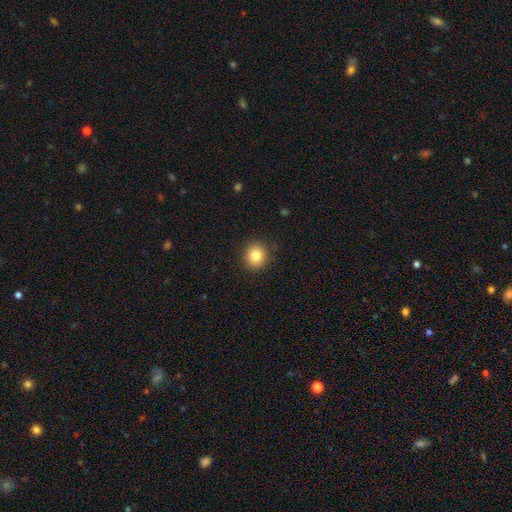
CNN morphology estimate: type=smooth (83%); roundness=round (86%); merging=none (89%).